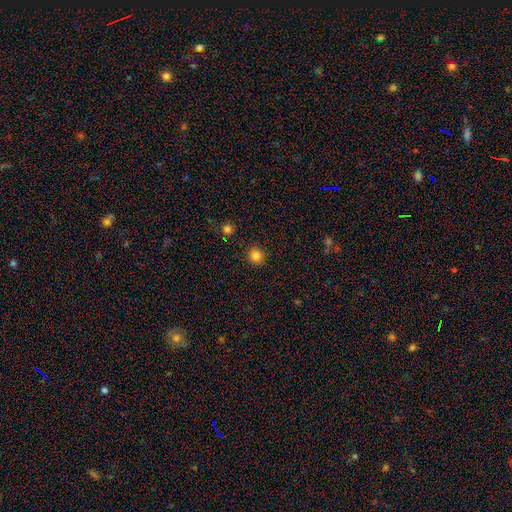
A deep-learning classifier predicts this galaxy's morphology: A smooth galaxy with no disk features (84%) that is round (92%).

Vote fractions:
- Smooth or featured? smooth: 84% / star or artifact: 12% / featured or disk: 4%
- How rounded? round: 92% / in between: 7% / cigar-shaped: 1%
- Merging? none: 91% / minor disturbance: 6% / major disturbance: 2% / merger: 2%